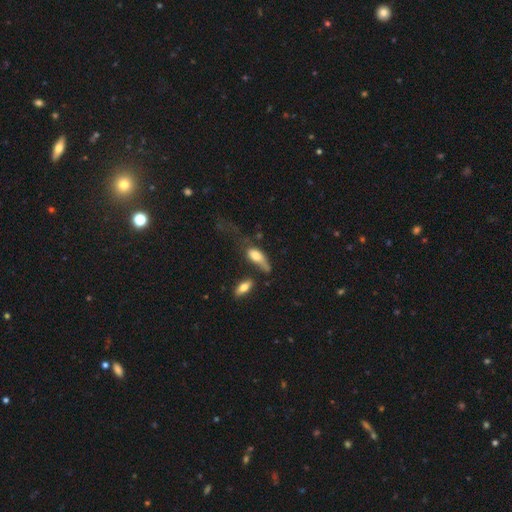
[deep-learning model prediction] Q: Smooth or featured?
A: smooth (69%); runner-up: featured or disk (23%)
Q: How rounded?
A: in between (80%); runner-up: cigar-shaped (16%)
Q: Merging?
A: major disturbance (42%); runner-up: none (22%)